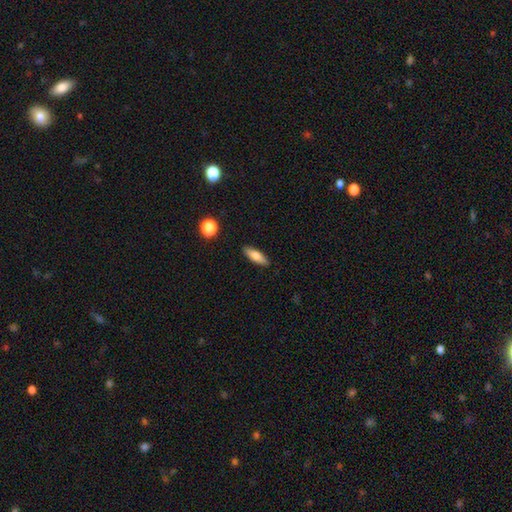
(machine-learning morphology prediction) smooth 76%, featured or disk 17%, star or artifact 7%. Down the decision tree: how rounded — in between (52%); merging — none (88%).